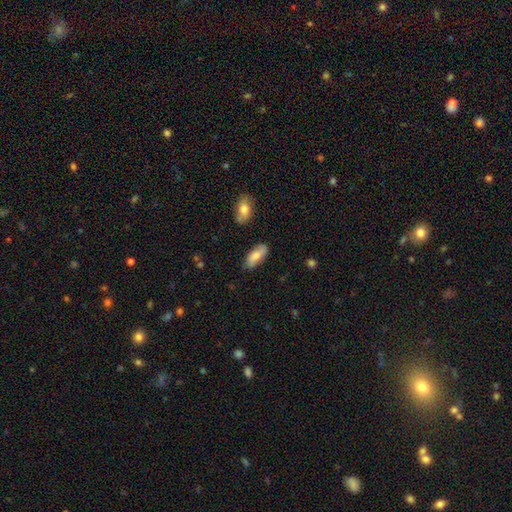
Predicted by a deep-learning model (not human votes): smooth_or_featured: smooth (p=0.76) [alt: featured or disk p=0.18]
how_rounded: in between (p=0.83) [alt: cigar-shaped p=0.15]
merging: none (p=0.79) [alt: minor disturbance p=0.16]